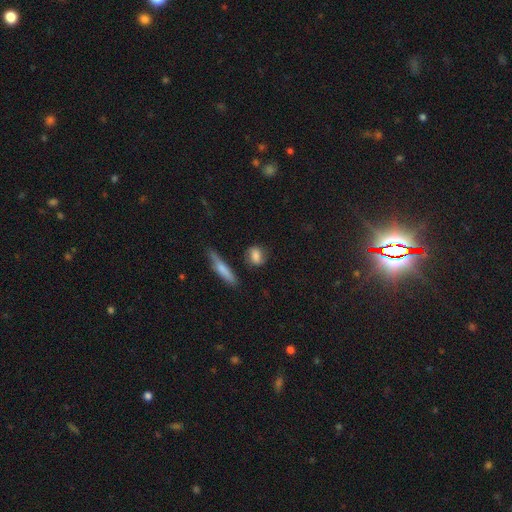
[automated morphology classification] smooth_or_featured: smooth (p=0.72) [alt: featured or disk p=0.19]
how_rounded: round (p=0.45) [tied with: in between p=0.45]
merging: none (p=0.72) [alt: minor disturbance p=0.18]